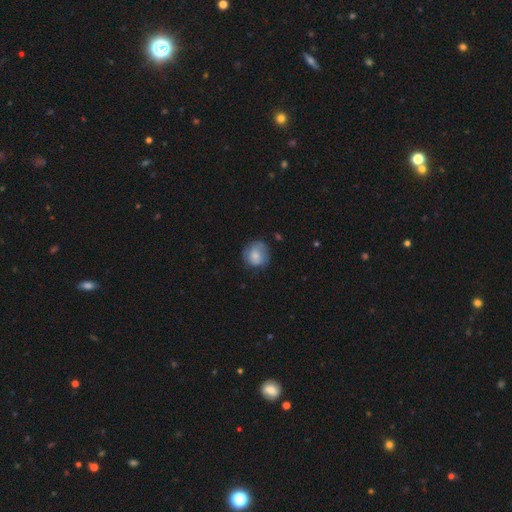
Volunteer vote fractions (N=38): Smooth or featured? 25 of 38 (66%) said smooth. How rounded? 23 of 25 (92%) said round. Merging? 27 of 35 (77%) said none.